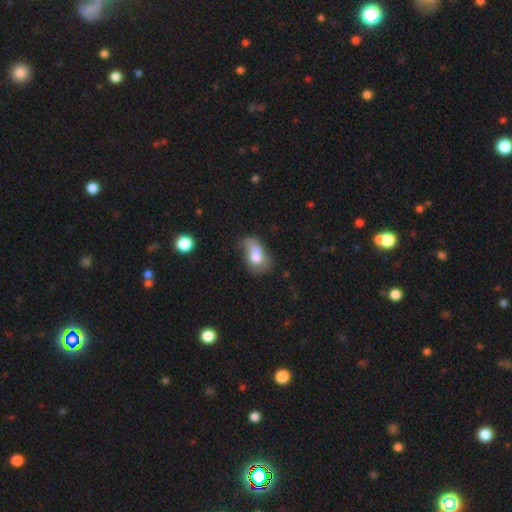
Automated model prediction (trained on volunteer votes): The model was most divided on "merging": major disturbance: 28%, minor disturbance: 27%, none: 26%, merger: 19%. More confident: how rounded — in between (83%); smooth or featured — smooth (67%).